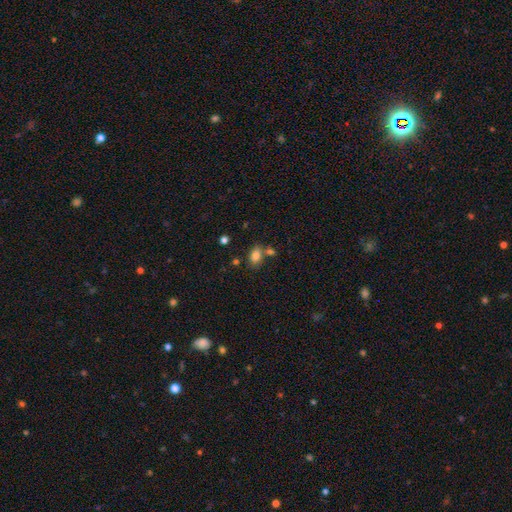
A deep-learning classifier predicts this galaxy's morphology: Smooth or featured?
  - smooth: 82% *
  - star or artifact: 11%
  - featured or disk: 7%
How rounded?
  - in between: 80% *
  - round: 19%
  - cigar-shaped: 2%
Merging?
  - none: 62% *
  - merger: 20%
  - minor disturbance: 14%
  - major disturbance: 4%